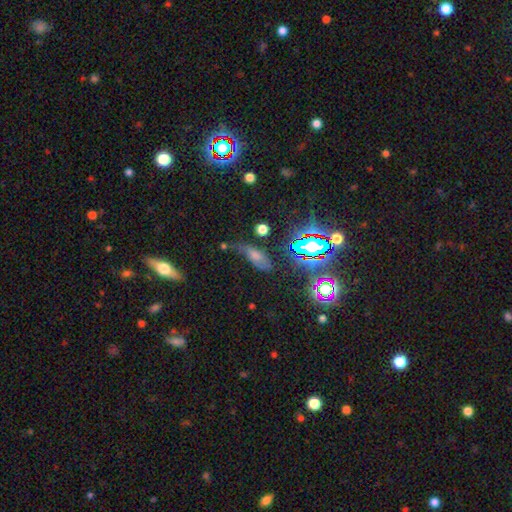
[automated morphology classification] A star or artifact, not a galaxy (37%).